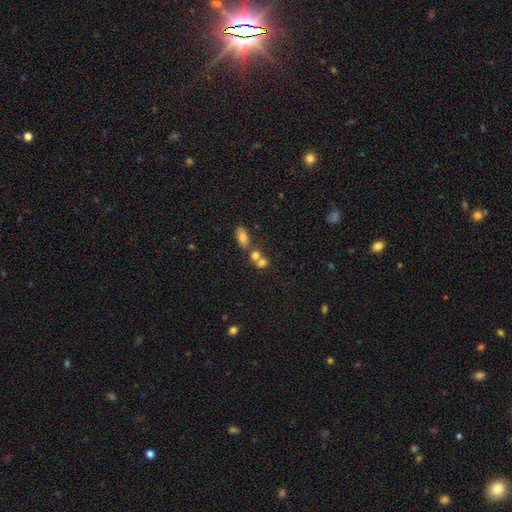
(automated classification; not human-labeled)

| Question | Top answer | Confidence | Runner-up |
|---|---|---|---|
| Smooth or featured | smooth | 74% | star or artifact (14%) |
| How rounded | in between | 54% | round (41%) |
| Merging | merger | 51% | none (36%) |